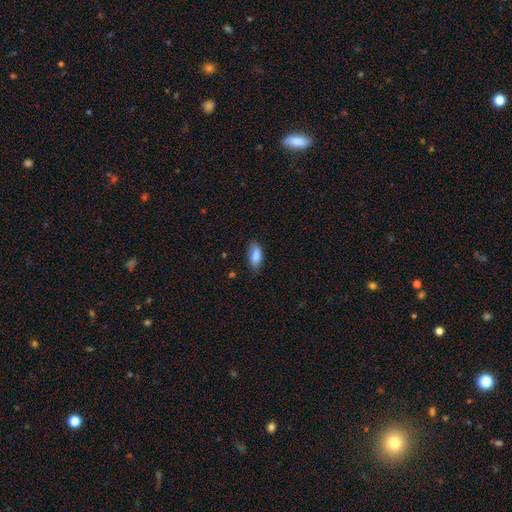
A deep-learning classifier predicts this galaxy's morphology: This is clearly a smooth galaxy (86%). How rounded: clearly in between (86%). Merging: likely none (77%).